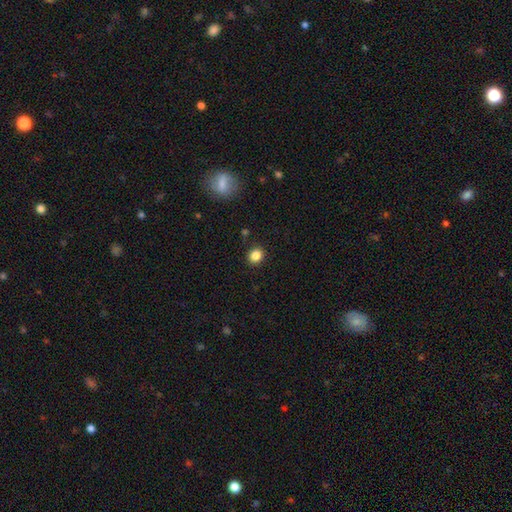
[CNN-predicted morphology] The model was most divided on "how rounded": round: 75%, in between: 24%, cigar-shaped: 1%. More confident: merging — none (89%); smooth or featured — smooth (85%).